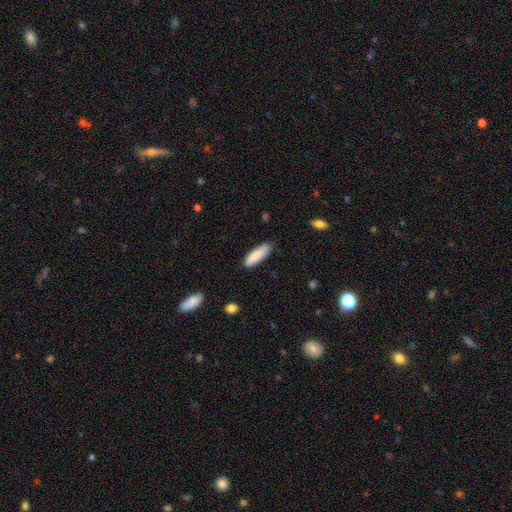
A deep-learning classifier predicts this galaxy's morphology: Smooth or featured? Predicted: smooth (p=0.86). How rounded? Predicted: in between (p=0.50). Merging? Predicted: none (p=0.82).